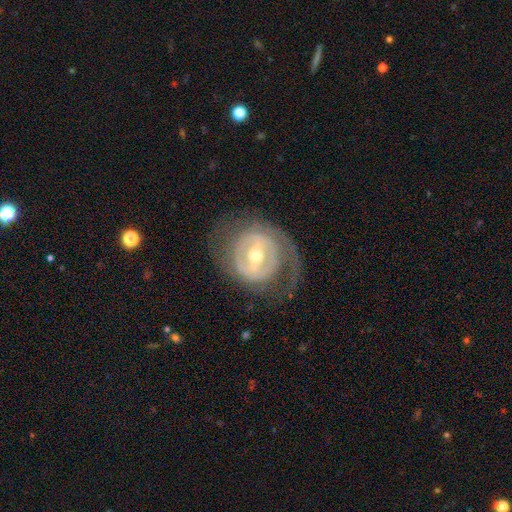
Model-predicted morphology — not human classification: type=featured or disk (80%); edge-on=no (95%); bar=strong (48%); spiral arms=yes (64%); bulge=moderate (61%); merging=none (64%).